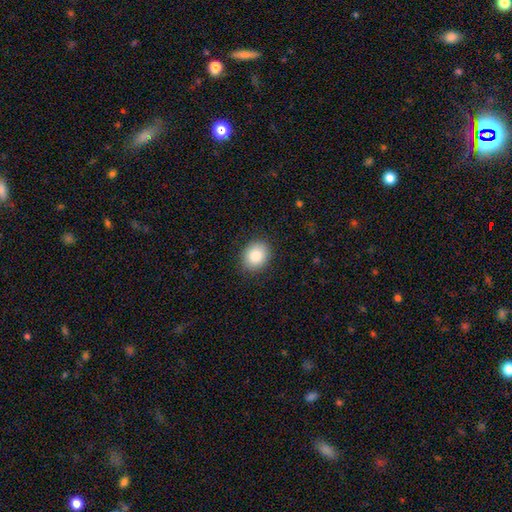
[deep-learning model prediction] Overall: smooth (87%). How rounded: round (62%; in between 38%). Merging: none (88%).